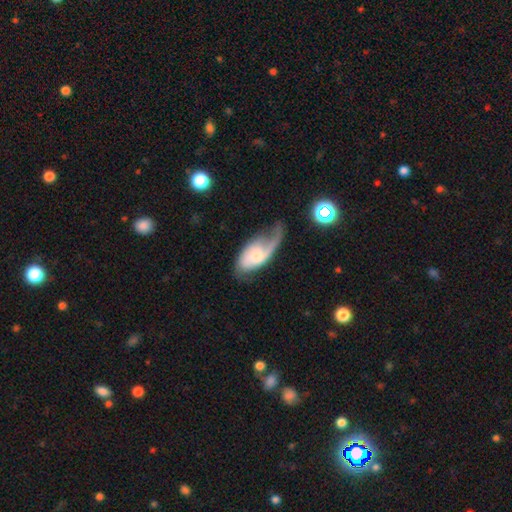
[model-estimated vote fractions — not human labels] A featured or disk galaxy (66%) with no bar (64%), 1 (46%) loose (54%) spiral arms (89%) and a small central bulge (42%). Merging: major disturbance (39%).